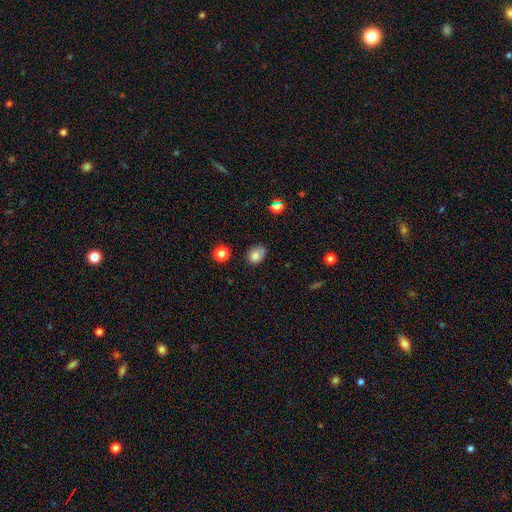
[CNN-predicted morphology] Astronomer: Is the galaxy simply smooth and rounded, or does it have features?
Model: smooth — 81%.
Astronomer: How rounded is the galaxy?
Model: in between — 62% (runner-up: round, 37%).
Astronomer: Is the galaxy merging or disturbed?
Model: none — 64%.